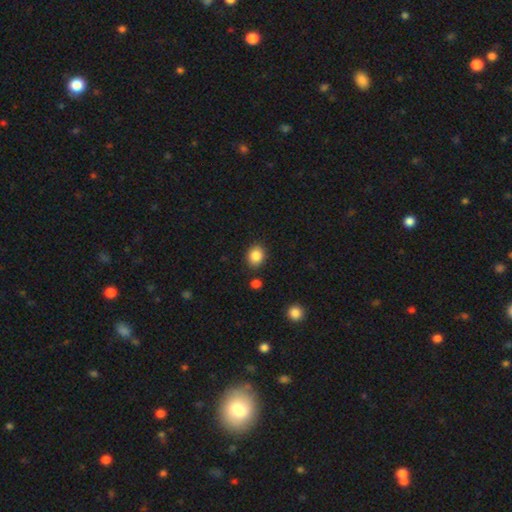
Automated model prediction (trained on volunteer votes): Smooth or featured? Predicted: smooth (p=0.86). How rounded? Predicted: round (p=0.56). Merging? Predicted: none (p=0.85).